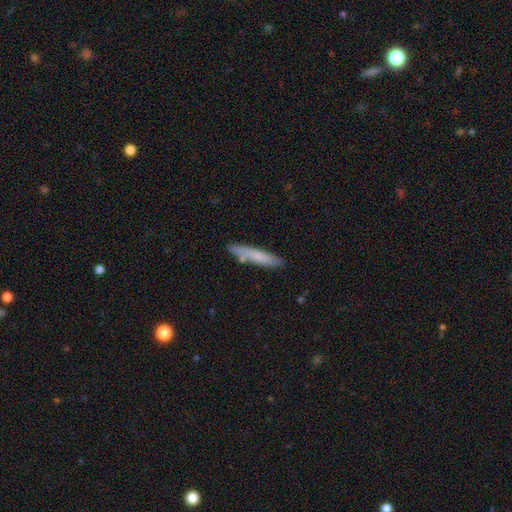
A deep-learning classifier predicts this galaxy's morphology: Smooth or featured: smooth — 69% (featured or disk — 24%)
How rounded: cigar-shaped — 92% (in between — 6%)
Merging: none — 80% (minor disturbance — 13%)